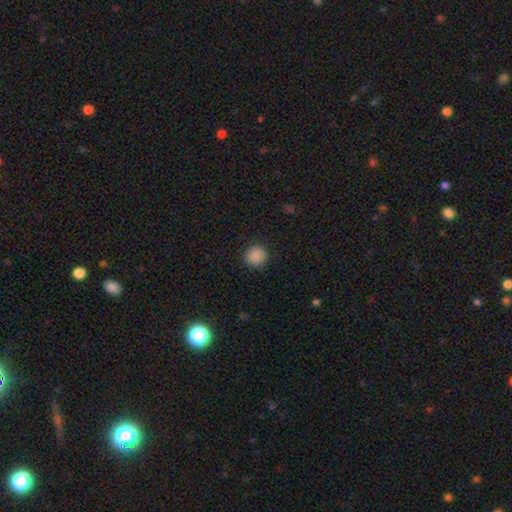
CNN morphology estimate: Smooth or featured? smooth (88%)
How rounded? round (93%)
Merging? none (90%)